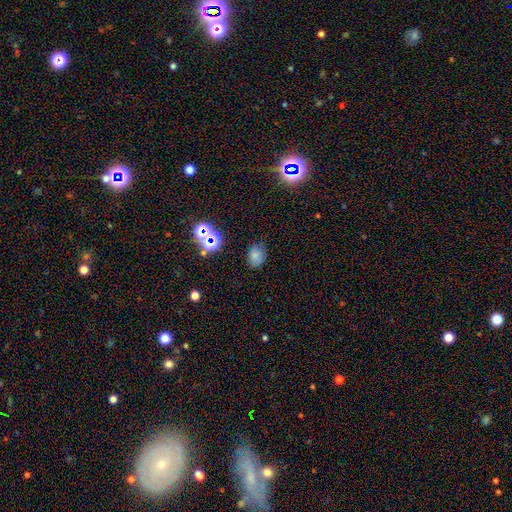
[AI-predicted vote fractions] Smooth or featured? smooth (73%)
How rounded? in between (61%)
Merging? none (74%)